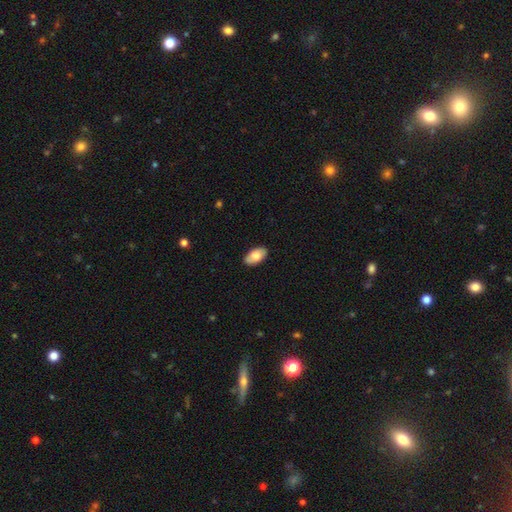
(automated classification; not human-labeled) A smooth galaxy with no disk features (73%) that is in between round and cigar-shaped (94%). Merging: none (87%).